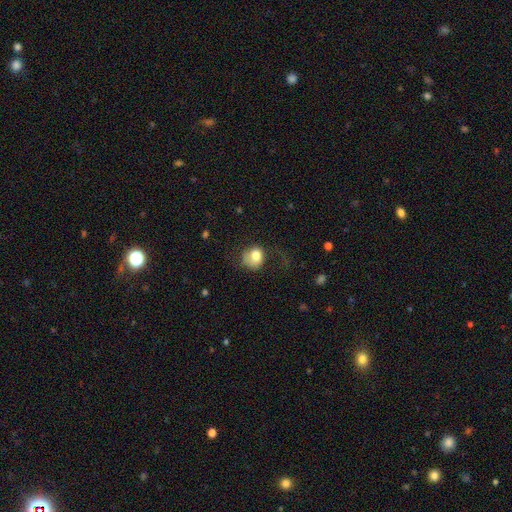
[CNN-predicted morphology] A smooth galaxy with no disk features (76%) that is round (67%). Merging: none (40%).